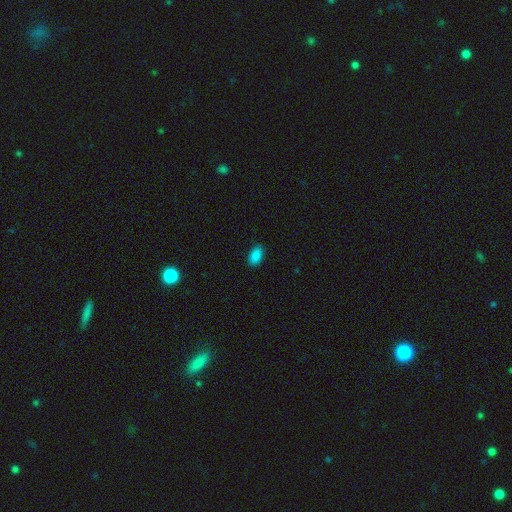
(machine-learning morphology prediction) Smooth or featured?
  - smooth: 88% *
  - star or artifact: 9%
  - featured or disk: 3%
How rounded?
  - in between: 93% *
  - round: 5%
  - cigar-shaped: 2%
Merging?
  - none: 88% *
  - minor disturbance: 9%
  - major disturbance: 2%
  - merger: 1%